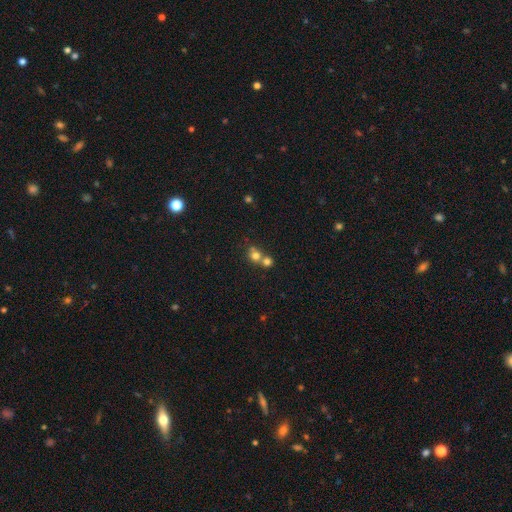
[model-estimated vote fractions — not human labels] Smooth or featured? Predicted: smooth (p=0.75). How rounded? Predicted: round (p=0.83). Merging? Predicted: merger (p=0.56).